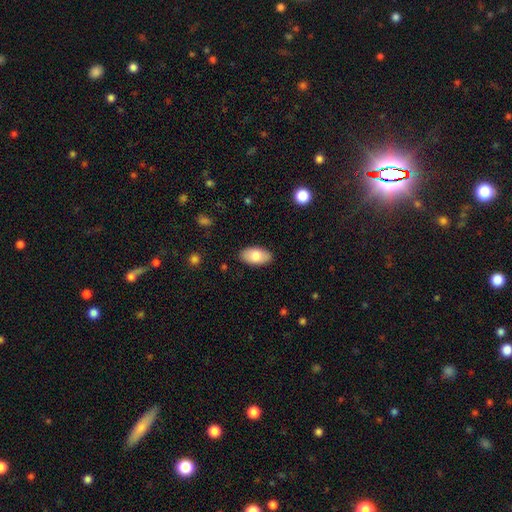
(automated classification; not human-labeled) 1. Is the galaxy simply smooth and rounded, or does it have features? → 80% smooth, 14% featured or disk, 6% star or artifact.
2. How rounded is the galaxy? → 95% in between, 3% round, 2% cigar-shaped.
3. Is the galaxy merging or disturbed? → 87% none, 10% minor disturbance, 2% major disturbance, 1% merger.